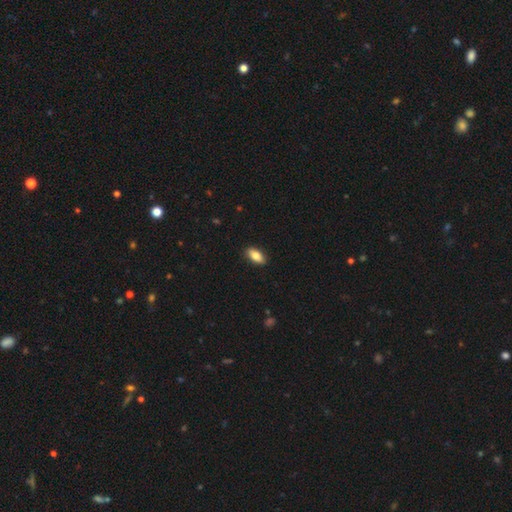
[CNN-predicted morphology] Overall: smooth (81%). How rounded: in between (86%). Merging: none (89%).